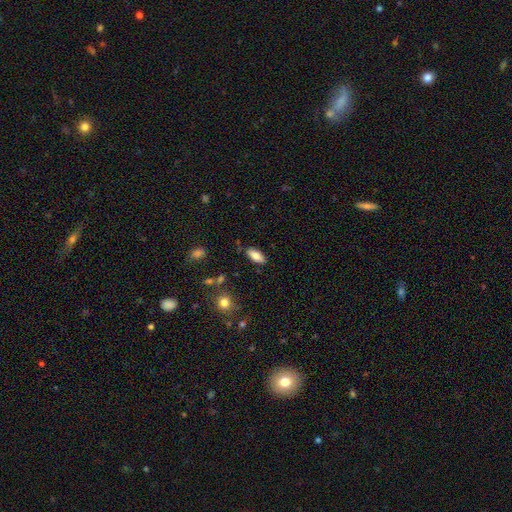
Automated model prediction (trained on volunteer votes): Morphology: type=smooth (81%); roundness=in between (87%); merging=none (83%).